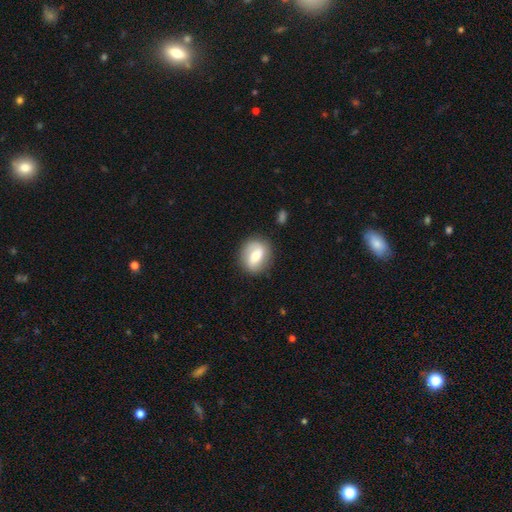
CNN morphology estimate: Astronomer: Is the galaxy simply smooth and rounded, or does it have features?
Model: smooth — 52% (runner-up: featured or disk, 41%).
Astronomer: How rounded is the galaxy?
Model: round — 56% (runner-up: in between, 42%).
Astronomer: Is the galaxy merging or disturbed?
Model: none — 82%.